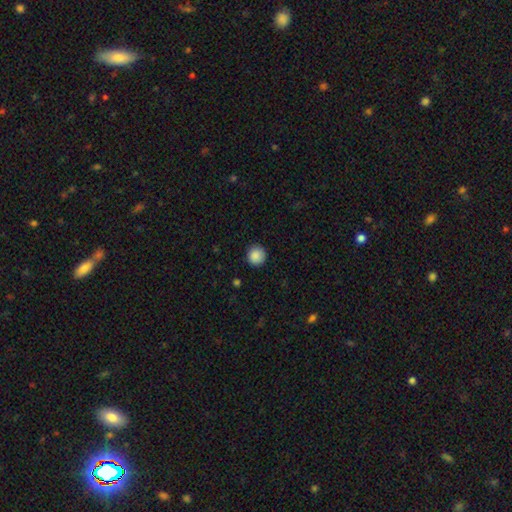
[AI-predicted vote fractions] Smooth or featured?
  - smooth: 88% *
  - star or artifact: 9%
  - featured or disk: 3%
How rounded?
  - round: 93% *
  - in between: 6%
  - cigar-shaped: 1%
Merging?
  - none: 90% *
  - minor disturbance: 8%
  - major disturbance: 2%
  - merger: 1%